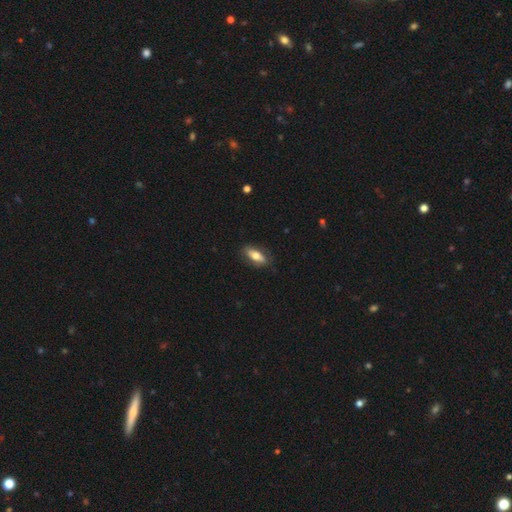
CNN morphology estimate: A smooth galaxy with no disk features (68%) that is in between round and cigar-shaped (75%).

Vote fractions:
- Smooth or featured? smooth: 68% / featured or disk: 26% / star or artifact: 6%
- How rounded? in between: 75% / cigar-shaped: 22% / round: 3%
- Merging? none: 82% / minor disturbance: 14% / major disturbance: 3% / merger: 1%